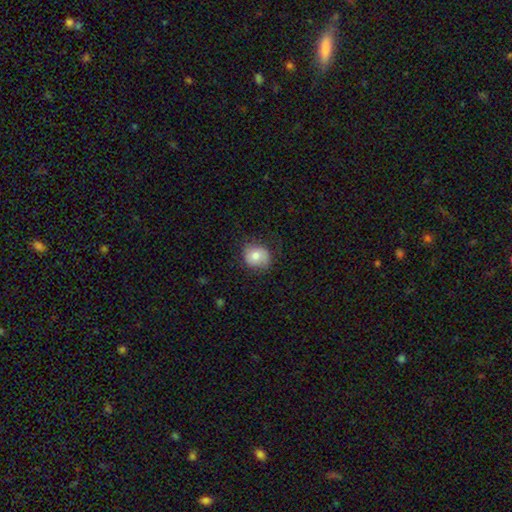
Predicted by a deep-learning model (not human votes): smooth 76%, featured or disk 16%, star or artifact 8%. Down the decision tree: how rounded — round (70%); merging — none (73%).